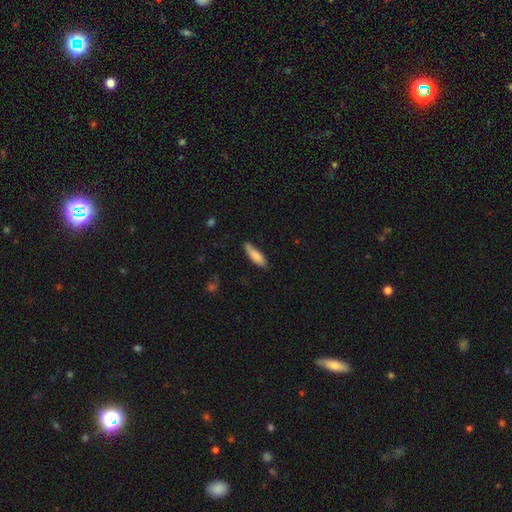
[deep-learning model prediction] Smooth or featured?
  - smooth: 81% *
  - featured or disk: 13%
  - star or artifact: 6%
How rounded?
  - cigar-shaped: 51% *
  - in between: 48%
  - round: 2%
Merging?
  - none: 72% *
  - minor disturbance: 23%
  - major disturbance: 4%
  - merger: 2%